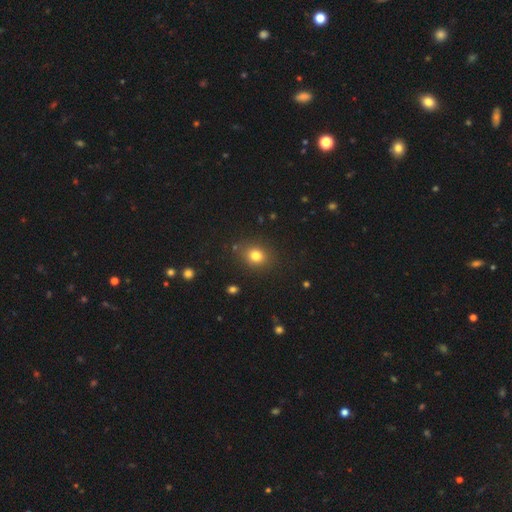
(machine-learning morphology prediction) Smooth or featured? smooth (80%)
How rounded? round (68%)
Merging? none (85%)